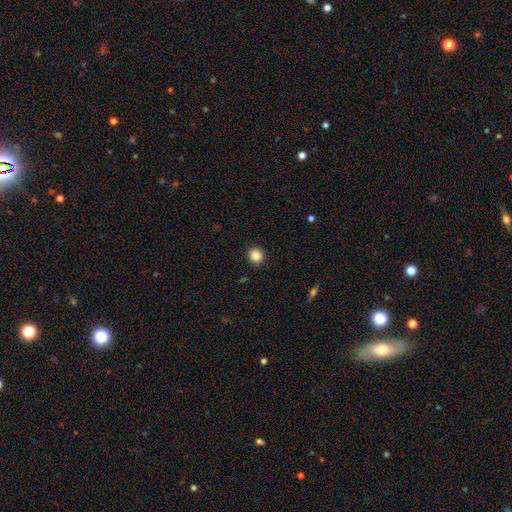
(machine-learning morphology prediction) smooth 86%, star or artifact 10%, featured or disk 4%. Down the decision tree: how rounded — round (92%); merging — none (92%).